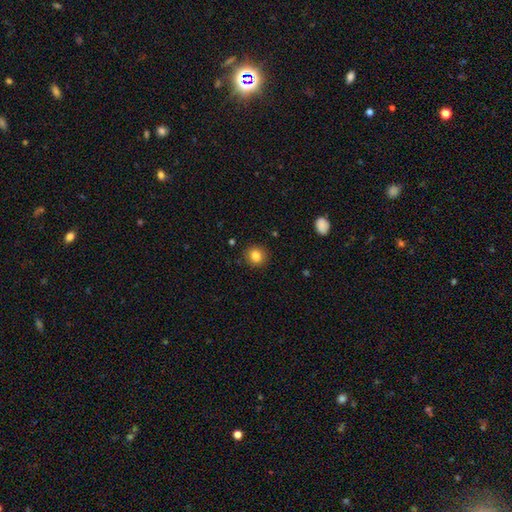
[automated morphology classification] A smooth galaxy with no disk features (83%) that is round (86%). Merging: none (89%).